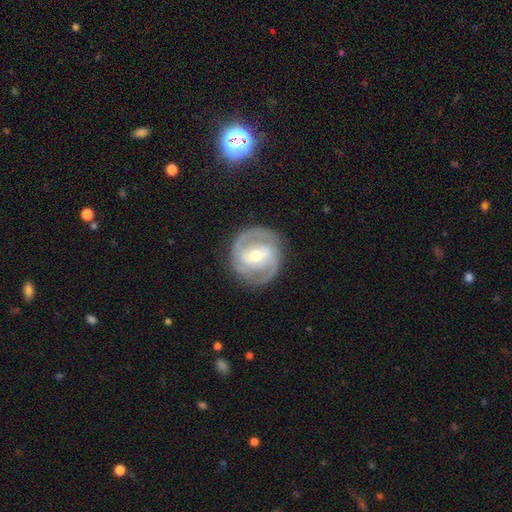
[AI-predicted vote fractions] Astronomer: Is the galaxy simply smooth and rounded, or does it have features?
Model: featured or disk — 84%.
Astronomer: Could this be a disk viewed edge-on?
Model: no — 97%.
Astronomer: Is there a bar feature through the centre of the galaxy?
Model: weak — 43% (runner-up: strong, 32%).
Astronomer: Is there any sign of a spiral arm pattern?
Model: yes — 92%.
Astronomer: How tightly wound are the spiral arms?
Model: tight — 52% (runner-up: medium, 40%).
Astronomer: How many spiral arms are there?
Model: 2 — 83%.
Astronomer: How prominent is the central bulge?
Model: moderate — 61%.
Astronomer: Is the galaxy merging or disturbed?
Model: none — 84%.